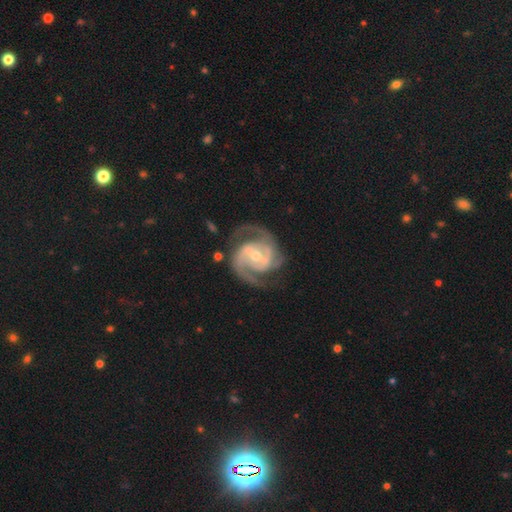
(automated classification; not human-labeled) Smooth or featured? featured or disk (93%)
Edge-on disk? no (98%)
Bar? weak (46%)
Spiral arms? yes (98%)
Spiral winding? medium (51%)
Spiral arm count? 2 (79%)
Bulge size? moderate (56%)
Merging? none (75%)